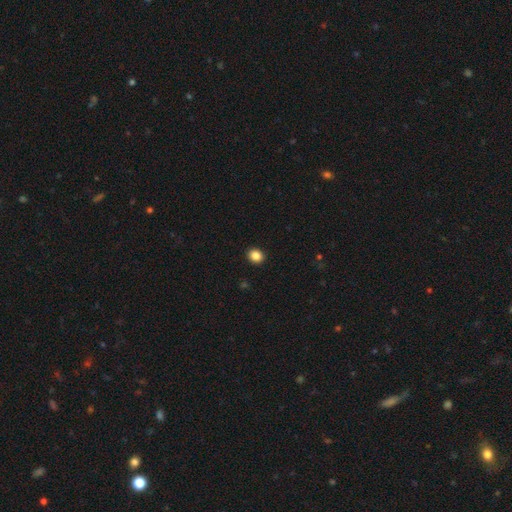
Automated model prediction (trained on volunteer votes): Overall: smooth (86%). How rounded: round (70%). Merging: none (92%).